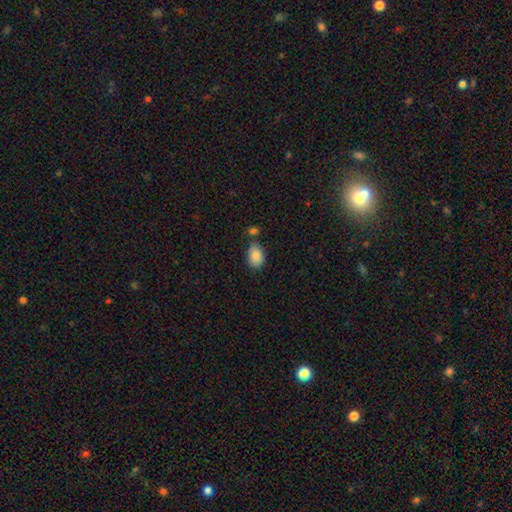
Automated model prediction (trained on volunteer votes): Smooth or featured?
  - smooth: 87% *
  - star or artifact: 7%
  - featured or disk: 6%
How rounded?
  - in between: 88% *
  - round: 11%
  - cigar-shaped: 1%
Merging?
  - none: 68% *
  - minor disturbance: 17%
  - merger: 11%
  - major disturbance: 4%